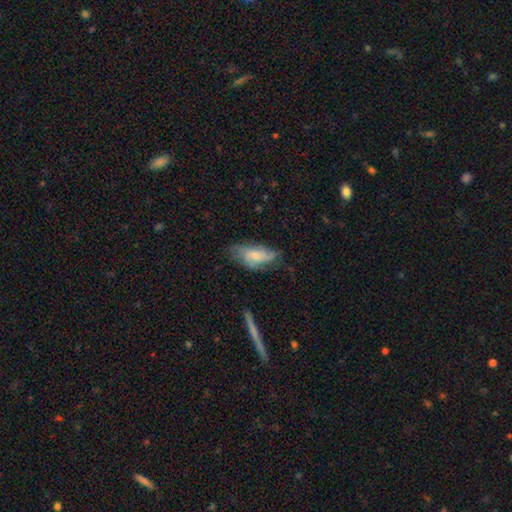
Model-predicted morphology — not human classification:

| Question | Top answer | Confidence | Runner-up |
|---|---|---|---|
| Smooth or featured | featured or disk | 46% | tied: smooth (46%) |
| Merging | none | 49% | minor disturbance (31%) |